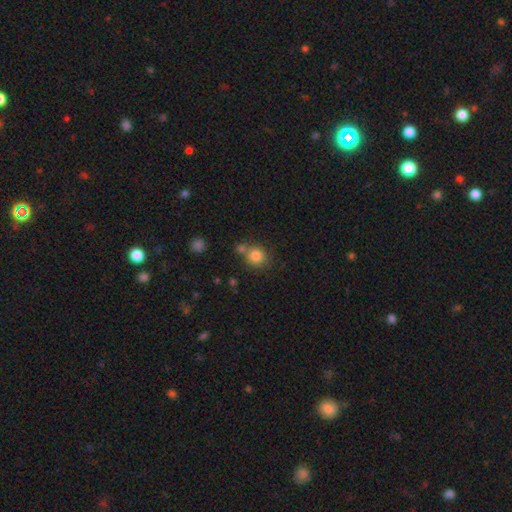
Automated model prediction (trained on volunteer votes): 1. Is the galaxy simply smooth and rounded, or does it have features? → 83% smooth, 11% star or artifact, 6% featured or disk.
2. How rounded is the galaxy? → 85% round, 14% in between, 1% cigar-shaped.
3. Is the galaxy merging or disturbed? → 64% none, 22% merger, 10% minor disturbance, 3% major disturbance.